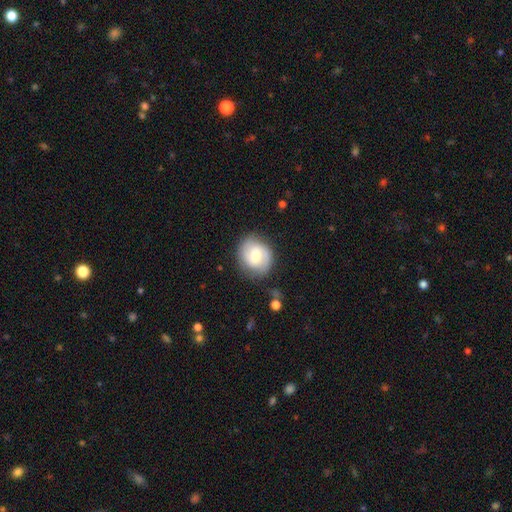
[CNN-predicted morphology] type=smooth (49%); merging=none (78%).